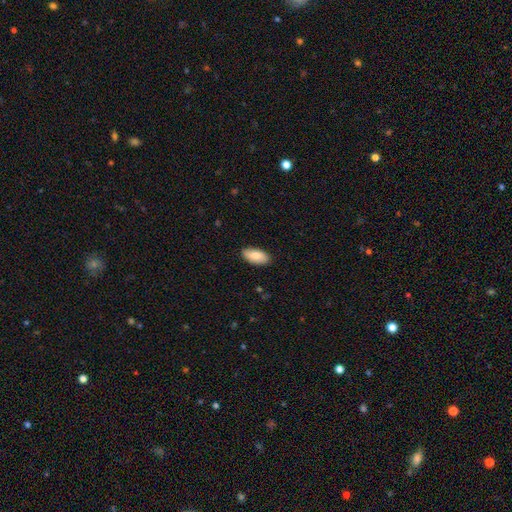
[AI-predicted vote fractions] This is clearly a smooth galaxy (84%). How rounded: clearly in between (92%). Merging: clearly none (88%).